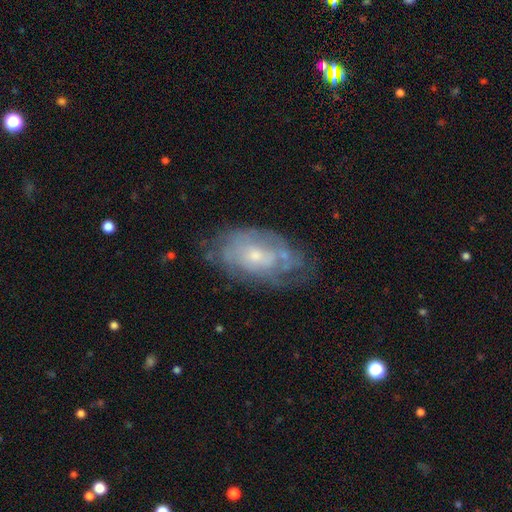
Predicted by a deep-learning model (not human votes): Smooth or featured? Predicted: featured or disk (p=0.69). Edge-on disk? Predicted: no (p=0.94). Bar? Predicted: no (p=0.77). Spiral arms? Predicted: yes (p=0.67). Bulge size? Predicted: small (p=0.61). Merging? Predicted: none (p=0.61).